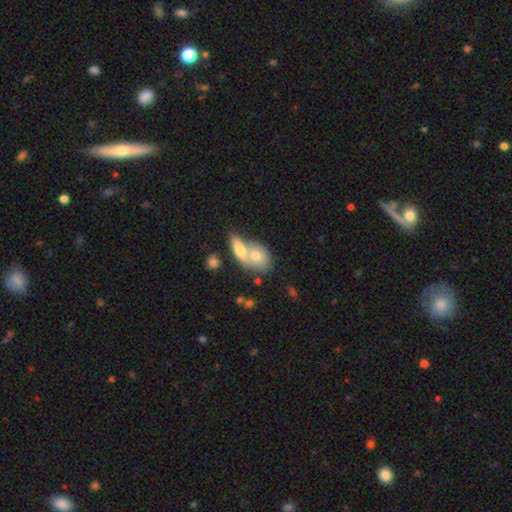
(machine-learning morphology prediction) A smooth galaxy with no disk features (70%) that is in between round and cigar-shaped (71%). Merging: merger (70%).